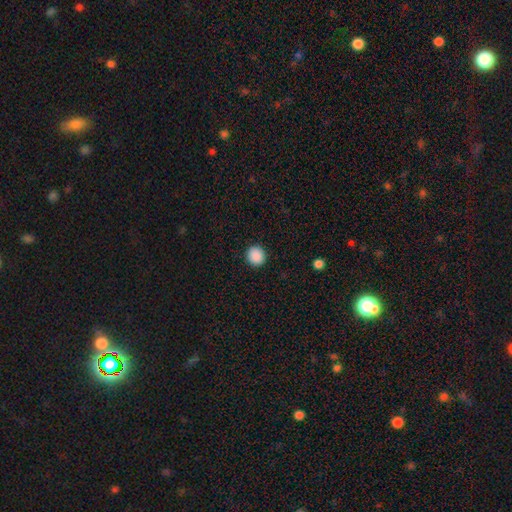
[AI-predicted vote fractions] Smooth or featured? Predicted: smooth (p=0.89). How rounded? Predicted: round (p=0.88). Merging? Predicted: none (p=0.92).